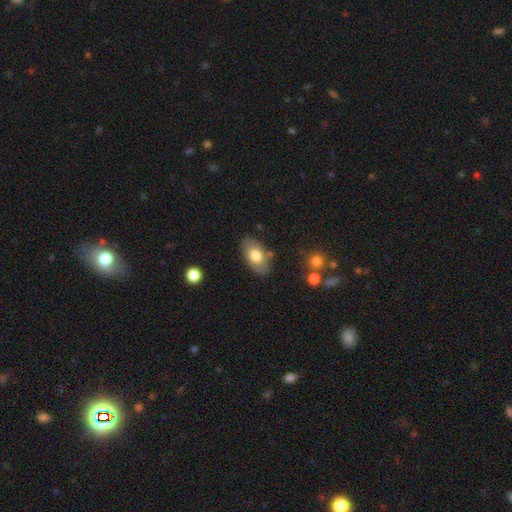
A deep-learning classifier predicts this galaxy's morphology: type=smooth (72%); roundness=in between (93%); merging=none (80%).